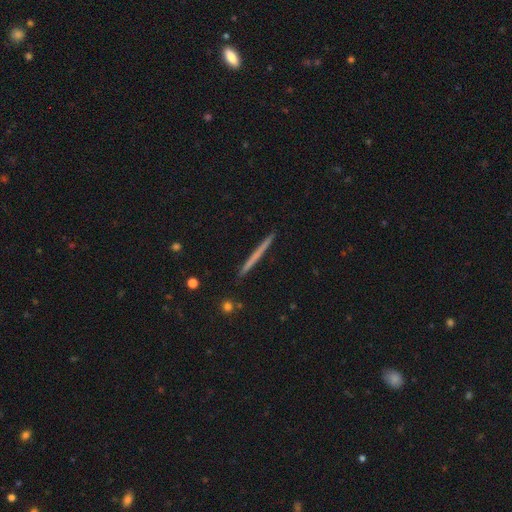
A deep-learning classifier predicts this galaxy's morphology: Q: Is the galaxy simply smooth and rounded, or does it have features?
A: smooth — 51%.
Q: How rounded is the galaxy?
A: cigar-shaped — 97%.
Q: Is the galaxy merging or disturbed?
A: none — 92%.